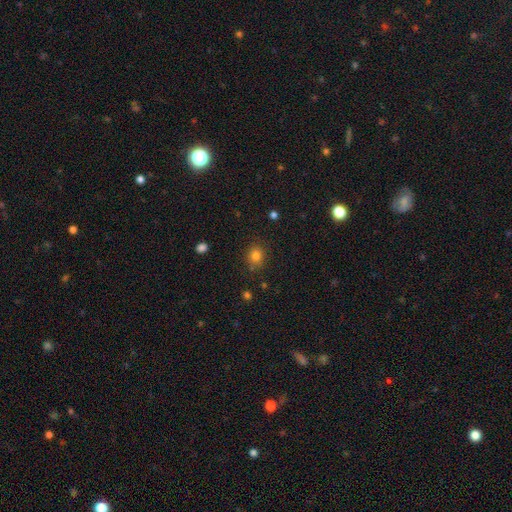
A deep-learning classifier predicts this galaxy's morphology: Overall: smooth (81%). How rounded: round (77%). Merging: none (84%).